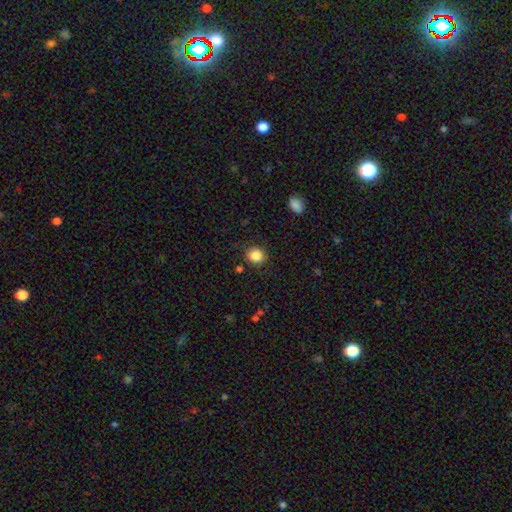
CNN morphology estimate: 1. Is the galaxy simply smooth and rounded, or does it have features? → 86% smooth, 10% star or artifact, 4% featured or disk.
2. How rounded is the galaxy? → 80% round, 19% in between, 1% cigar-shaped.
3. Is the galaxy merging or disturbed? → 87% none, 9% minor disturbance, 3% major disturbance, 2% merger.